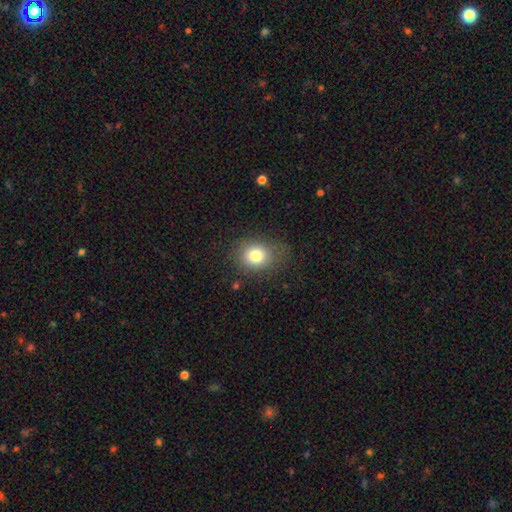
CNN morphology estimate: A smooth galaxy with no disk features (79%) that is round (59%). Merging: none (74%).